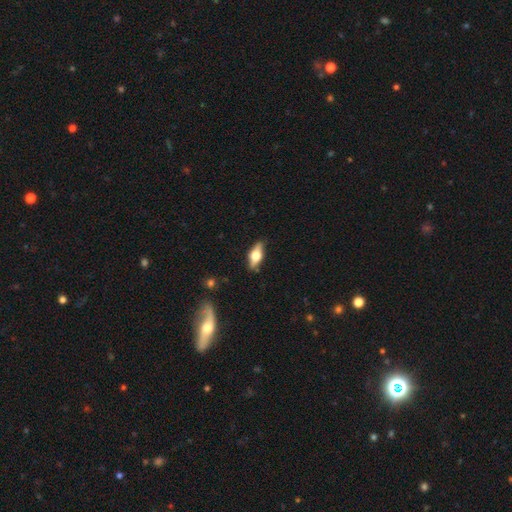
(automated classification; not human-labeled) smooth_or_featured: featured or disk (p=0.51) [alt: smooth p=0.43]
disk_edge_on: yes (p=0.89) [alt: no p=0.11]
merging: none (p=0.85) [alt: minor disturbance p=0.11]